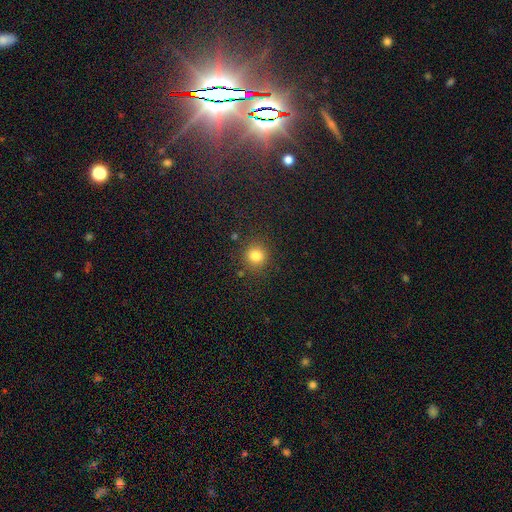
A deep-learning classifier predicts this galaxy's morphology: Smooth or featured: smooth — 82% (star or artifact — 13%)
How rounded: round — 91% (in between — 8%)
Merging: none — 86% (minor disturbance — 8%)